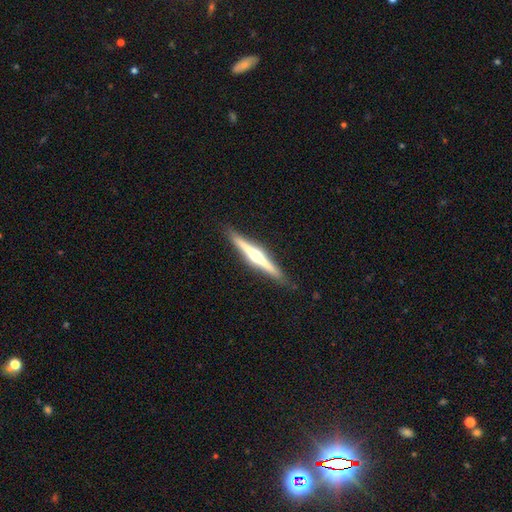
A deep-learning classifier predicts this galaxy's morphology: Smooth or featured? Predicted: featured or disk (p=0.77). Edge-on disk? Predicted: yes (p=0.98). Edge-on bulge? Predicted: rounded (p=0.92). Merging? Predicted: none (p=0.90).